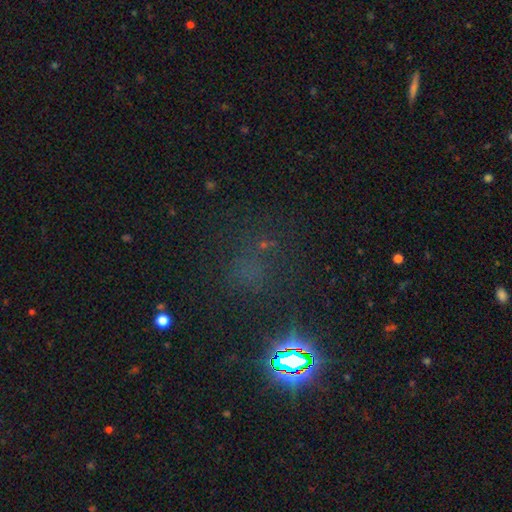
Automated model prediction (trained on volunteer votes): Smooth or featured: star or artifact — 63% (smooth — 26%)